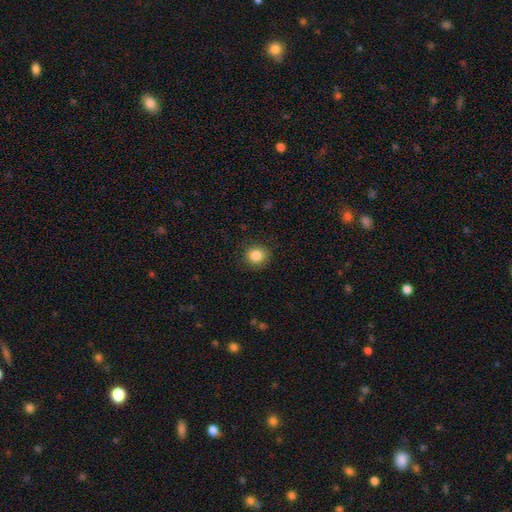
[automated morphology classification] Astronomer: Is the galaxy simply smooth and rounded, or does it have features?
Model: smooth — 85%.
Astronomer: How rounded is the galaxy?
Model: round — 84%.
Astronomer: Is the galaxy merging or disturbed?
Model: none — 88%.